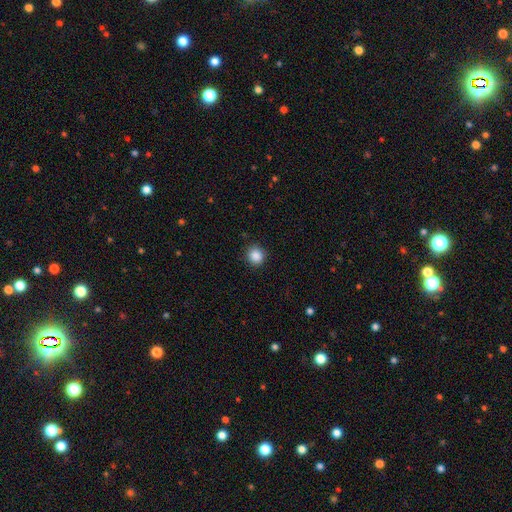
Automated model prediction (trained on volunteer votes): The model was most divided on "smooth or featured": smooth: 88%, star or artifact: 9%, featured or disk: 3%. More confident: merging — none (90%); how rounded — round (89%).